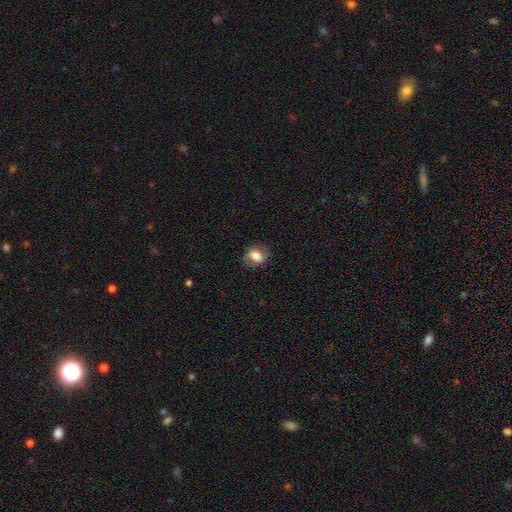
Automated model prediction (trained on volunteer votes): smooth_or_featured: smooth (p=0.69) [alt: featured or disk p=0.22]
how_rounded: in between (p=0.59) [alt: round p=0.39]
merging: none (p=0.74) [alt: minor disturbance p=0.18]